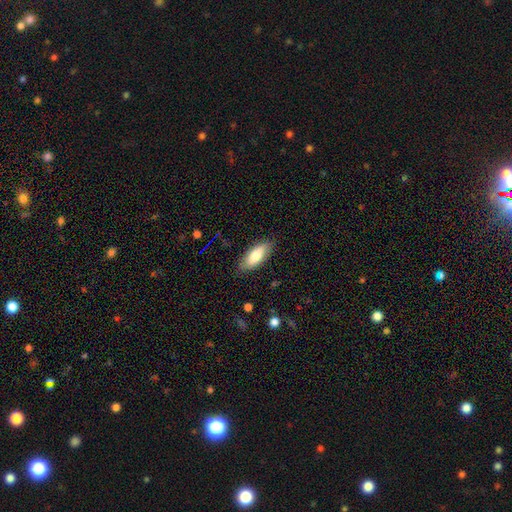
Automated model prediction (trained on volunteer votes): smooth 76%, featured or disk 18%, star or artifact 6%. Down the decision tree: how rounded — in between (78%); merging — none (84%).